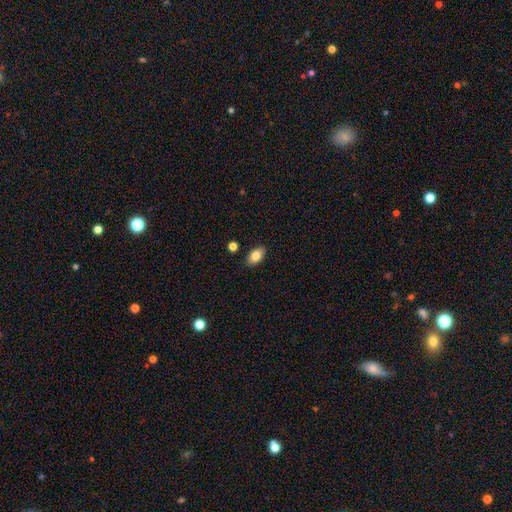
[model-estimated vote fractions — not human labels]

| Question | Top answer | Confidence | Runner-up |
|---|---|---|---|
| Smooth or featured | smooth | 82% | featured or disk (10%) |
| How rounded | in between | 92% | round (6%) |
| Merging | none | 87% | minor disturbance (9%) |